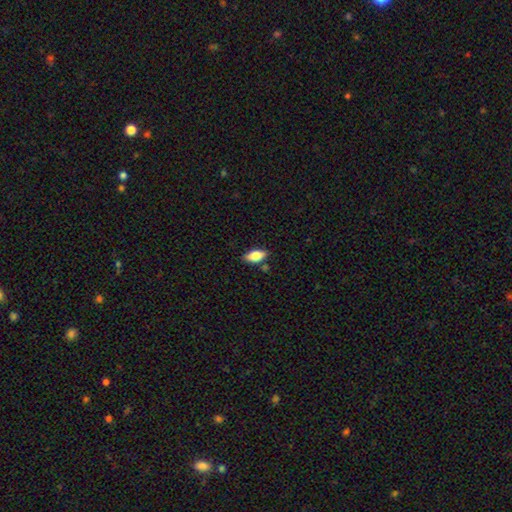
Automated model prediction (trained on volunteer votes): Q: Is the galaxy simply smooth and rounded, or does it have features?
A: smooth — 80%.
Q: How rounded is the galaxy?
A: in between — 87%.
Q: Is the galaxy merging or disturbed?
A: none — 79%.